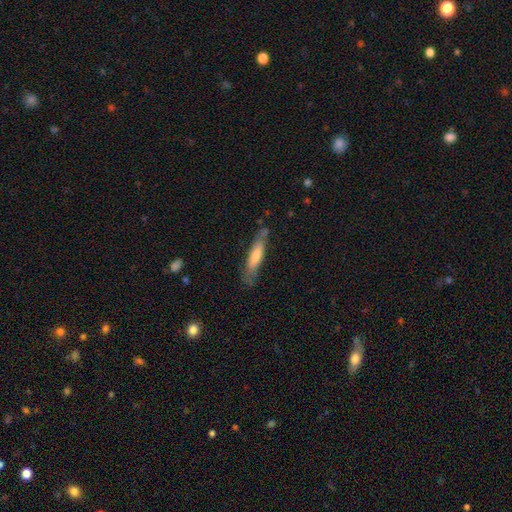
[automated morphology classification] A smooth galaxy with no disk features (58%) that is cigar-shaped (81%).

Vote fractions:
- Smooth or featured? smooth: 58% / featured or disk: 36% / star or artifact: 6%
- How rounded? cigar-shaped: 81% / in between: 17% / round: 1%
- Merging? none: 72% / minor disturbance: 20% / major disturbance: 5% / merger: 2%